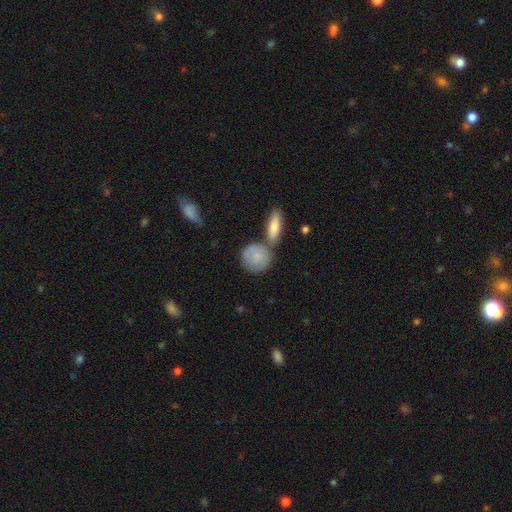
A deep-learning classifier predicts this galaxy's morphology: Overall: smooth (81%). How rounded: round (79%). Merging: none (55%; merger 26%).